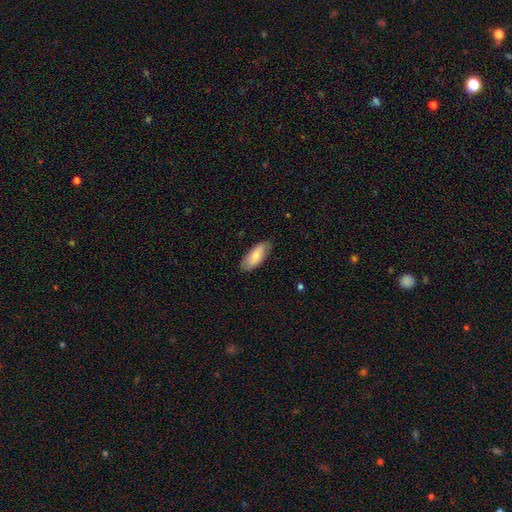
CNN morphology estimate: smooth 76%, featured or disk 19%, star or artifact 6%. Down the decision tree: how rounded — in between (84%); merging — none (82%).